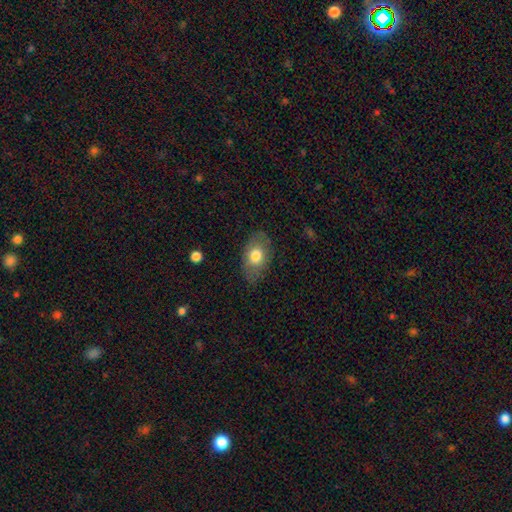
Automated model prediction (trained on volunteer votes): Smooth or featured: smooth — 72% (featured or disk — 21%)
How rounded: in between — 88% (round — 11%)
Merging: none — 77% (minor disturbance — 17%)